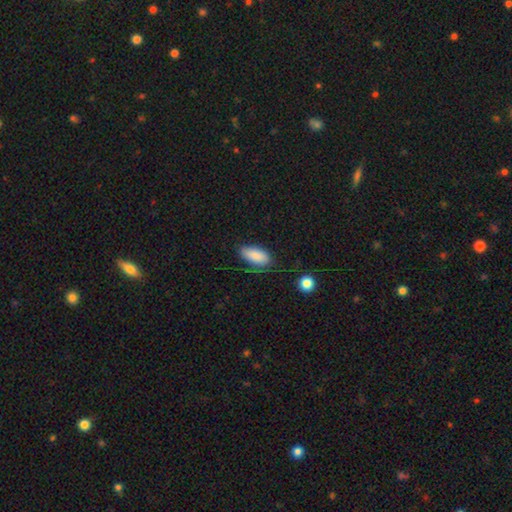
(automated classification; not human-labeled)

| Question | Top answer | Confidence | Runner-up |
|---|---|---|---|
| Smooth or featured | smooth | 85% | featured or disk (8%) |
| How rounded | in between | 91% | cigar-shaped (6%) |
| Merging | none | 62% | minor disturbance (25%) |